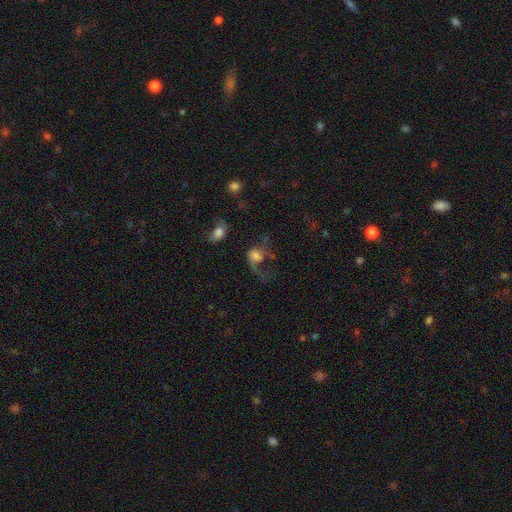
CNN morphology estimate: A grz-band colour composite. It shows a featured or disk galaxy (46%). Merging: major disturbance (54%).